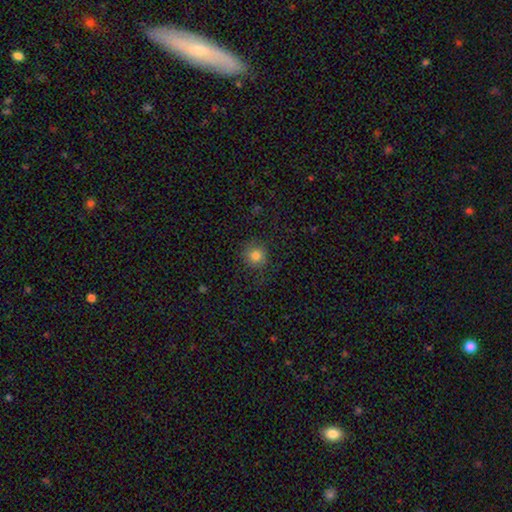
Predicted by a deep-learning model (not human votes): smooth_or_featured: smooth (p=0.80) [alt: star or artifact p=0.12]
how_rounded: round (p=0.91) [alt: in between p=0.08]
merging: none (p=0.82) [alt: minor disturbance p=0.12]